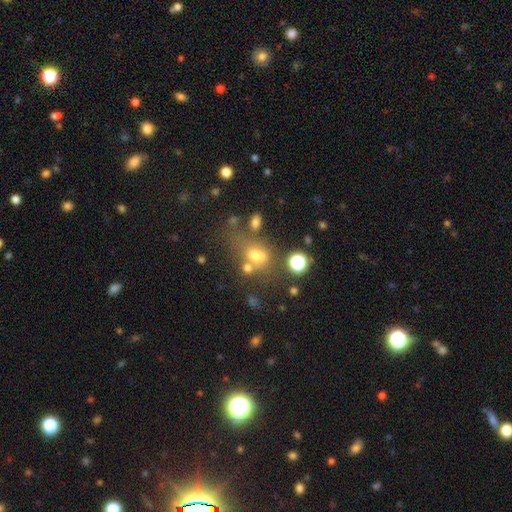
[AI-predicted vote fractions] Overall: smooth (58%; star or artifact 23%). How rounded: in between (54%; round 43%). Merging: none (43%; merger 28%).